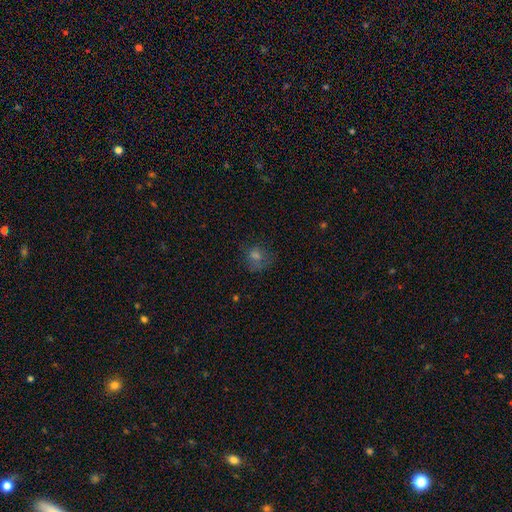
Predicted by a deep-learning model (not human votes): Smooth or featured?
  - smooth: 60% *
  - star or artifact: 24%
  - featured or disk: 16%
How rounded?
  - round: 77% *
  - in between: 21%
  - cigar-shaped: 1%
Merging?
  - none: 62% *
  - minor disturbance: 21%
  - major disturbance: 15%
  - merger: 2%